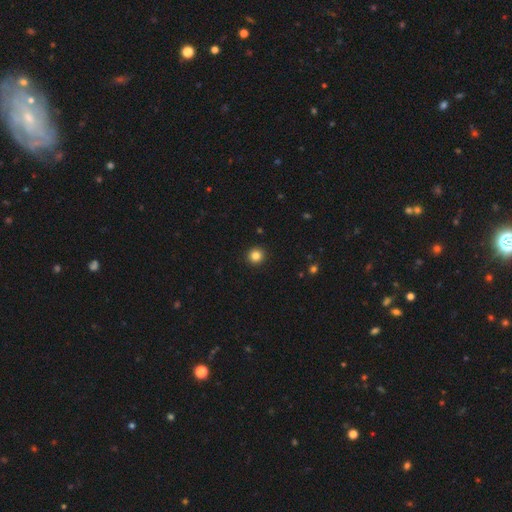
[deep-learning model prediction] smooth_or_featured: smooth (p=0.83) [alt: star or artifact p=0.12]
how_rounded: round (p=0.94) [alt: in between p=0.05]
merging: none (p=0.93) [alt: minor disturbance p=0.04]